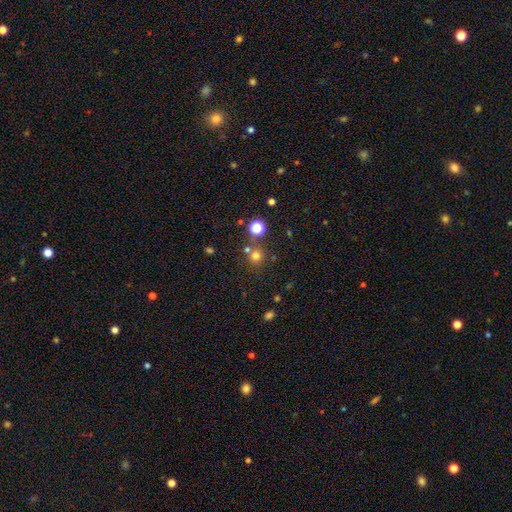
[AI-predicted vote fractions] Smooth or featured: smooth — 71% (star or artifact — 21%)
How rounded: round — 91% (in between — 8%)
Merging: none — 71% (merger — 17%)